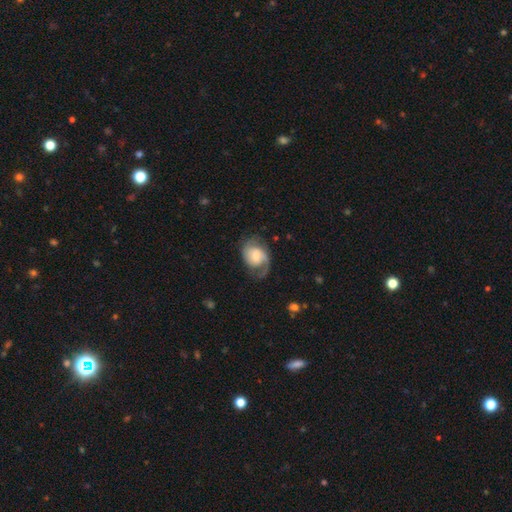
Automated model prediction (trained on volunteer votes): Smooth or featured: featured or disk — 71% (smooth — 22%)
Edge-on disk: no — 97% (yes — 3%)
Bar: no — 55% (weak — 37%)
Spiral arms: yes — 92% (no — 8%)
Spiral winding: medium — 43% (loose — 30%)
Spiral arm count: 2 — 51% (1 — 38%)
Bulge size: moderate — 46% (small — 37%)
Merging: none — 56% (minor disturbance — 22%)